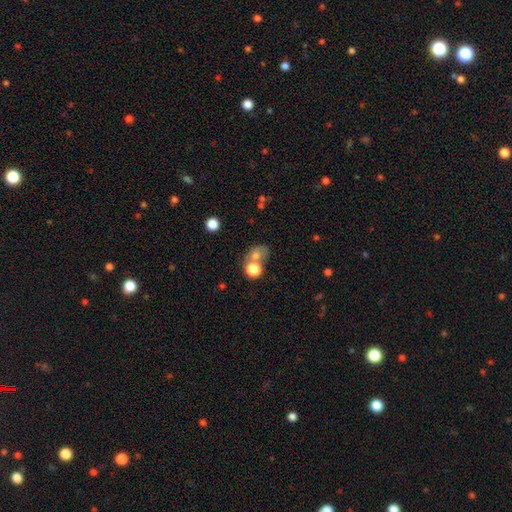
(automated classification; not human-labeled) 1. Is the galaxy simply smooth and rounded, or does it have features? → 66% smooth, 18% star or artifact, 16% featured or disk.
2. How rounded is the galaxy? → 56% round, 43% in between, 1% cigar-shaped.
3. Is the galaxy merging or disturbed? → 39% merger, 38% none, 13% minor disturbance, 10% major disturbance.